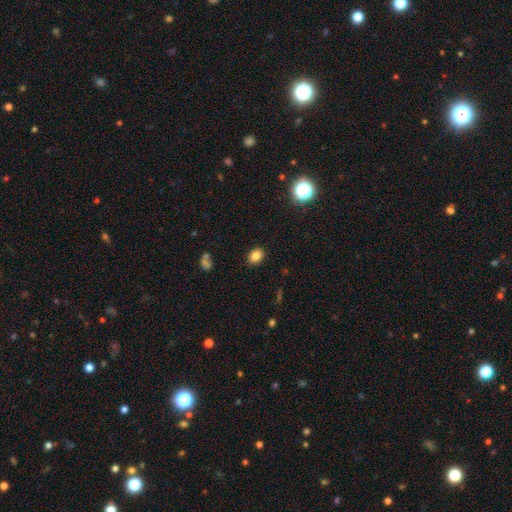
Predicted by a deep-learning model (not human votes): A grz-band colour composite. It shows a smooth galaxy with no disk features (84%) that is in between round and cigar-shaped (60%). Merging: none (88%).